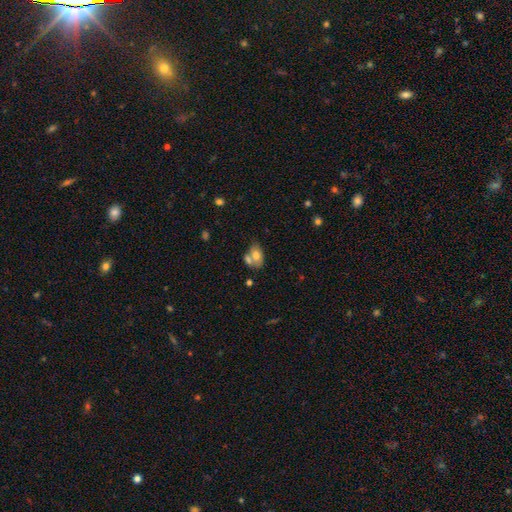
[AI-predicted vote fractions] Morphology: type=smooth (69%); roundness=in between (83%); merging=merger (46%).